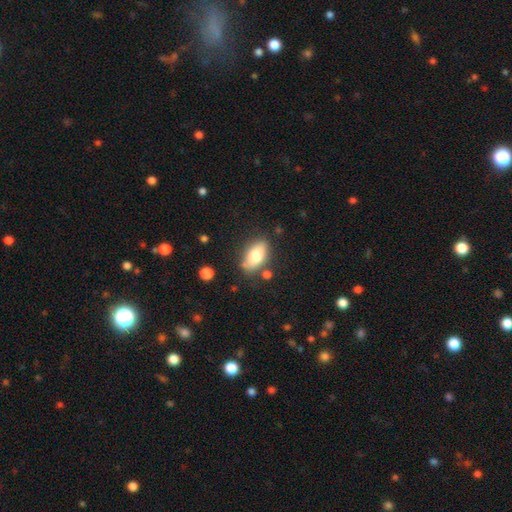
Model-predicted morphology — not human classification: smooth_or_featured: smooth (p=0.73) [alt: featured or disk p=0.19]
how_rounded: in between (p=0.89) [alt: round p=0.06]
merging: none (p=0.76) [alt: minor disturbance p=0.15]